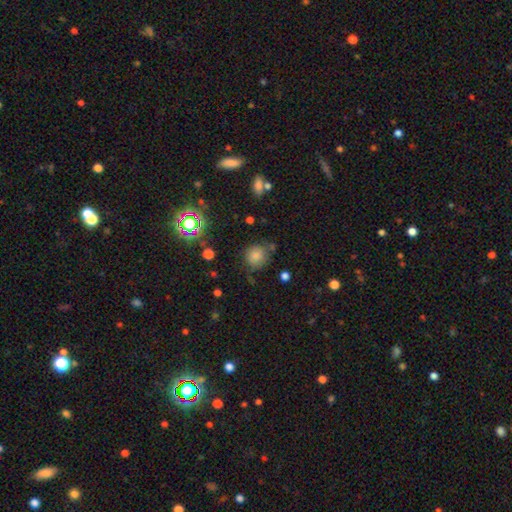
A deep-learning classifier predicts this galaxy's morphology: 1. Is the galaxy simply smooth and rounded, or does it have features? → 79% smooth, 14% star or artifact, 6% featured or disk.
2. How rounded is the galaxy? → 85% round, 14% in between, 1% cigar-shaped.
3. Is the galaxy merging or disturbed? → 73% none, 16% minor disturbance, 6% major disturbance, 5% merger.